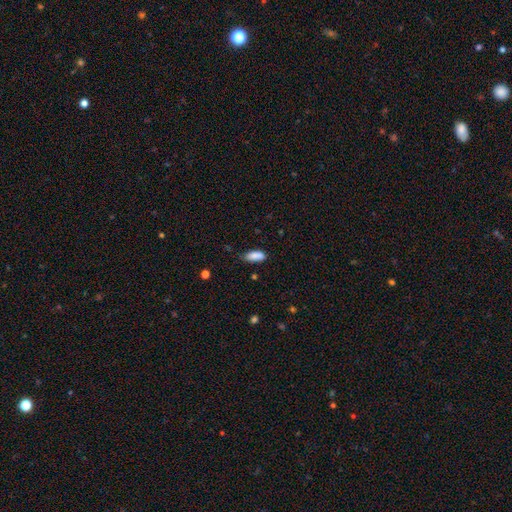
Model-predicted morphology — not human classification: smooth 87%, star or artifact 7%, featured or disk 6%. Down the decision tree: how rounded — in between (82%); merging — none (65%).